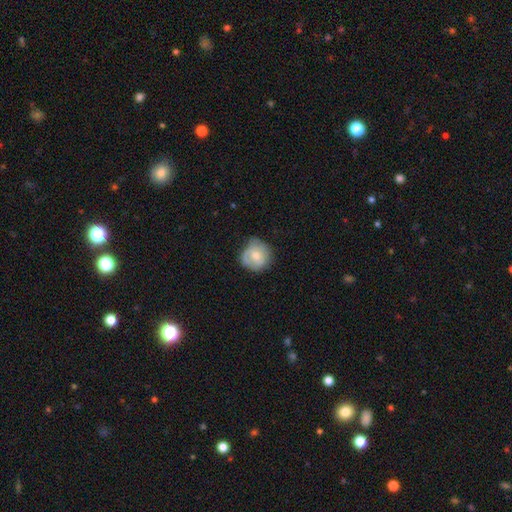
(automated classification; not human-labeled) Morphology: type=smooth (59%); roundness=round (85%); merging=none (60%).